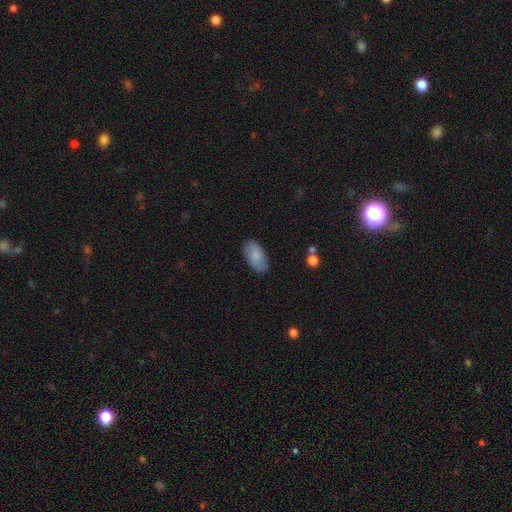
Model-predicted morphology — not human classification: smooth_or_featured: smooth (p=0.76) [alt: featured or disk p=0.17]
how_rounded: in between (p=0.94) [alt: cigar-shaped p=0.03]
merging: none (p=0.83) [alt: minor disturbance p=0.13]